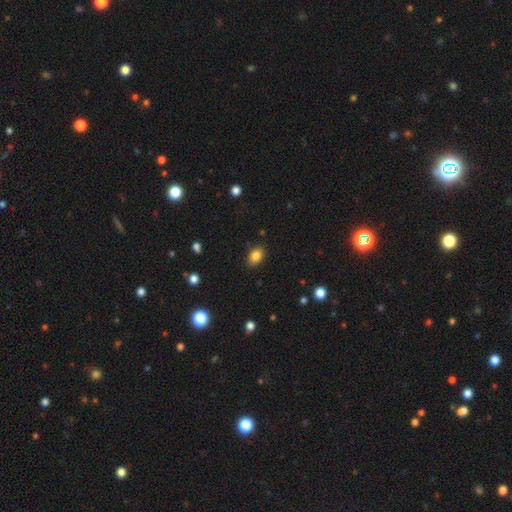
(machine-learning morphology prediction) Smooth or featured?
  - smooth: 84% *
  - star or artifact: 10%
  - featured or disk: 6%
How rounded?
  - in between: 80% *
  - round: 19%
  - cigar-shaped: 1%
Merging?
  - none: 86% *
  - minor disturbance: 10%
  - major disturbance: 2%
  - merger: 1%